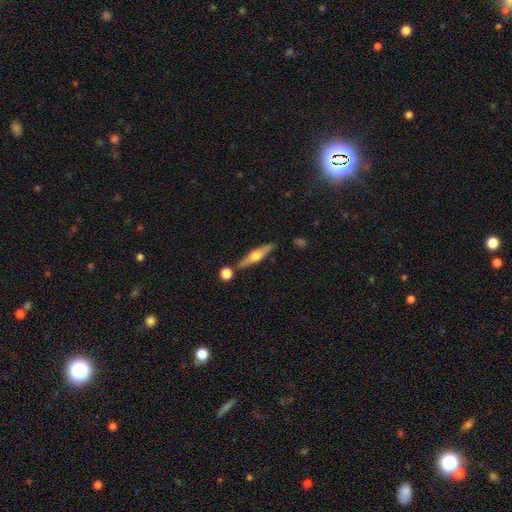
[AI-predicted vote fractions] Smooth or featured? Predicted: featured or disk (p=0.66). Edge-on disk? Predicted: yes (p=0.96). Edge-on bulge? Predicted: rounded (p=0.94). Merging? Predicted: none (p=0.82).